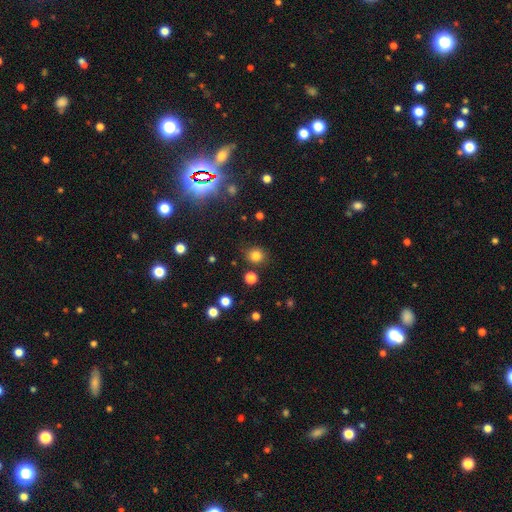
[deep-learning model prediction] Q: Smooth or featured?
A: smooth (81%); runner-up: star or artifact (14%)
Q: How rounded?
A: round (87%); runner-up: in between (12%)
Q: Merging?
A: none (84%); runner-up: minor disturbance (10%)